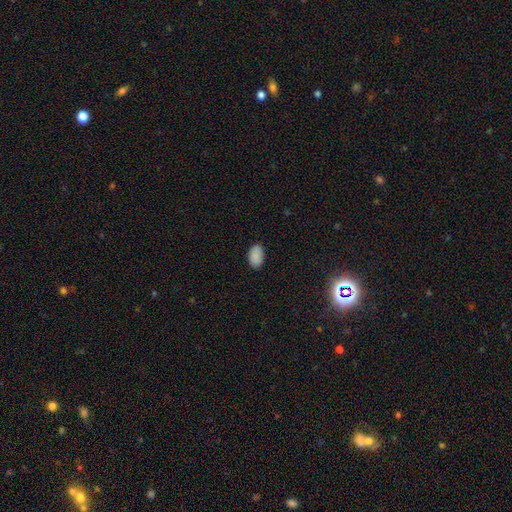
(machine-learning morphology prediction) This appears to be a smooth galaxy with no disk features (89%) that is in between round and cigar-shaped (93%). Merging: none (88%).